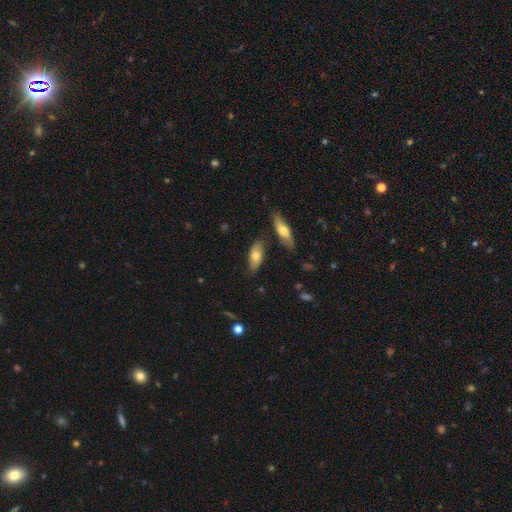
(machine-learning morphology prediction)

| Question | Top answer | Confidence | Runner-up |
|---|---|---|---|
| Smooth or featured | smooth | 66% | featured or disk (27%) |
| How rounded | in between | 82% | cigar-shaped (15%) |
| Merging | none | 77% | minor disturbance (13%) |